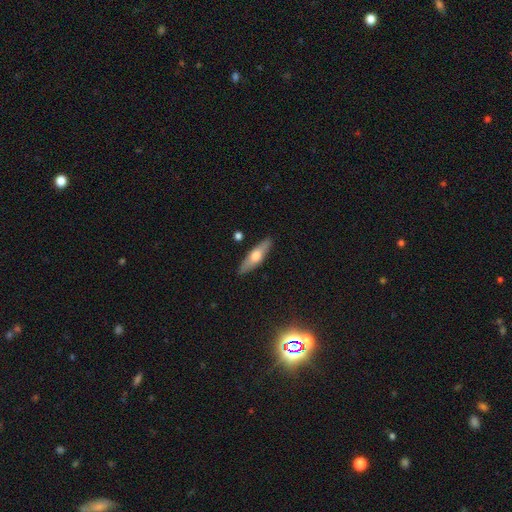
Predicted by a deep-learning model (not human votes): smooth 49%, featured or disk 45%, star or artifact 6%. Down the decision tree: merging — none (88%).